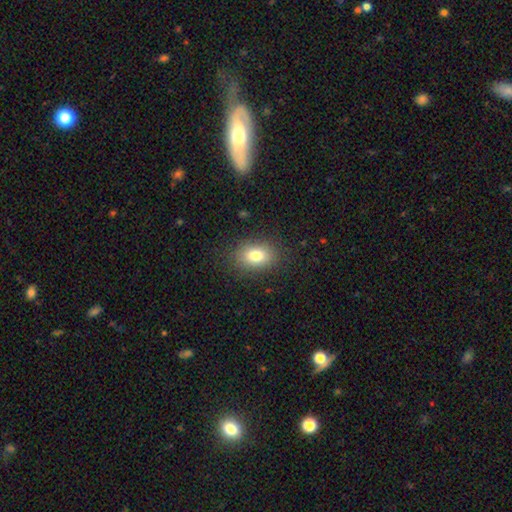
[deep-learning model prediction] A smooth galaxy with no disk features (79%) that is in between round and cigar-shaped (77%). Merging: none (86%).